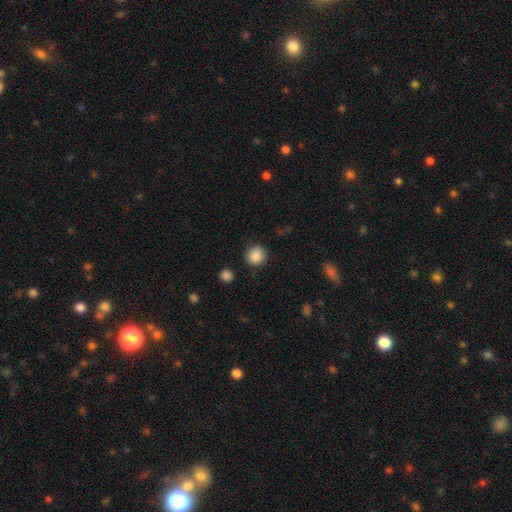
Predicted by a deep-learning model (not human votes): smooth 88%, star or artifact 9%, featured or disk 3%. Down the decision tree: how rounded — round (92%); merging — none (89%).